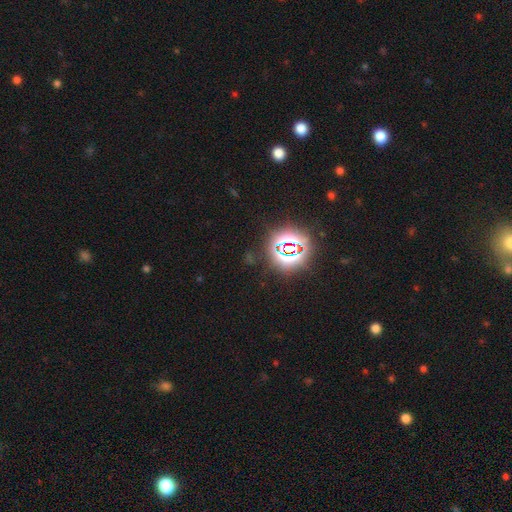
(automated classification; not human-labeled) smooth-or-featured: star or artifact: 79% | smooth: 14% | featured or disk: 7%